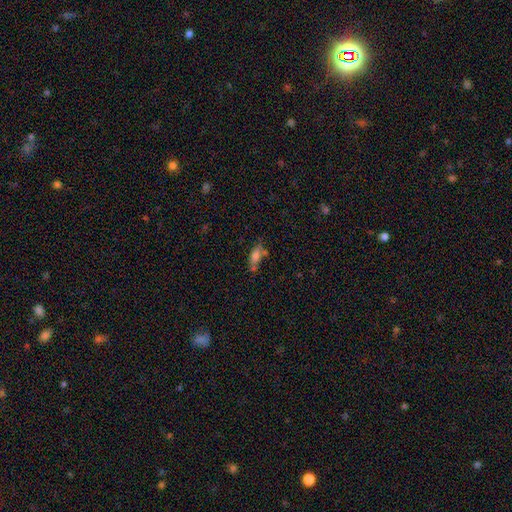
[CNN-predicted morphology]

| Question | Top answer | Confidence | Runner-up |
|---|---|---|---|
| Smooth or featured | smooth | 68% | featured or disk (20%) |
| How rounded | in between | 60% | cigar-shaped (36%) |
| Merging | none | 48% | minor disturbance (23%) |